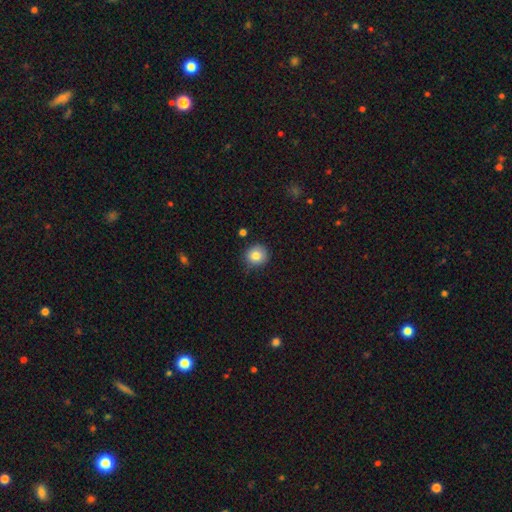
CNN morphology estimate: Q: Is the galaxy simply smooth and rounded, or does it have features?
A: smooth — 83%.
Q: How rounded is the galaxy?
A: round — 89%.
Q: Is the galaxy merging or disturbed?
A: none — 85%.